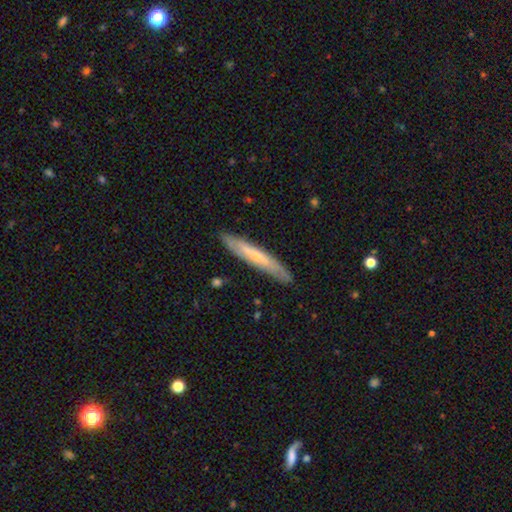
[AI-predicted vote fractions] Smooth or featured: featured or disk — 53% (smooth — 42%)
Edge-on disk: yes — 78% (no — 22%)
Merging: none — 86% (minor disturbance — 11%)